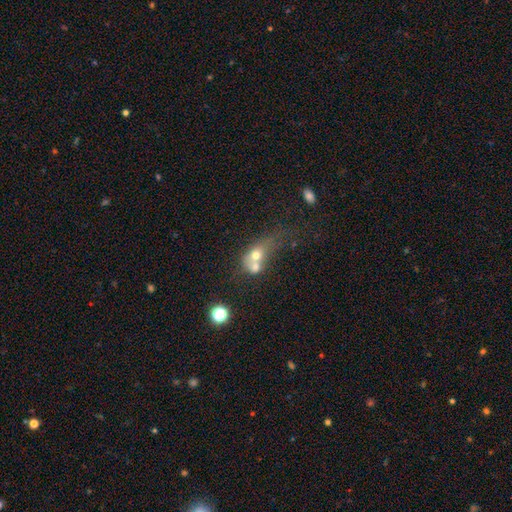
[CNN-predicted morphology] Q: Smooth or featured?
A: smooth (61%); runner-up: featured or disk (27%)
Q: How rounded?
A: in between (50%); runner-up: round (45%)
Q: Merging?
A: merger (67%); runner-up: none (15%)